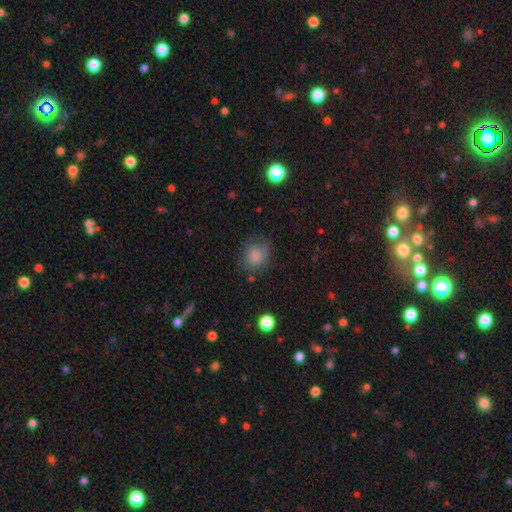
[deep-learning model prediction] Morphology: type=smooth (79%); roundness=round (59%); merging=none (57%).